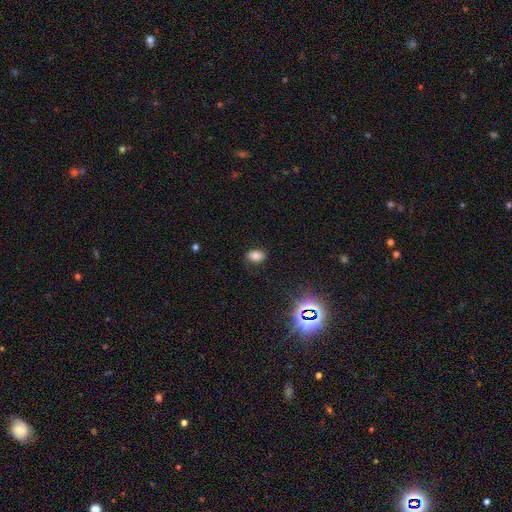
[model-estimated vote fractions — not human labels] Smooth or featured? Predicted: smooth (p=0.76). How rounded? Predicted: in between (p=0.83). Merging? Predicted: none (p=0.82).